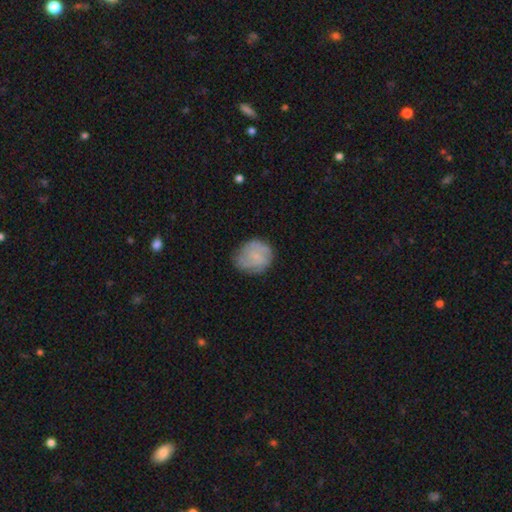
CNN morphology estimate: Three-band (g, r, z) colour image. It shows a featured or disk galaxy (52%) with no bar (60%), spiral arms (84%) and a small central bulge (50%). Merging: none (72%).